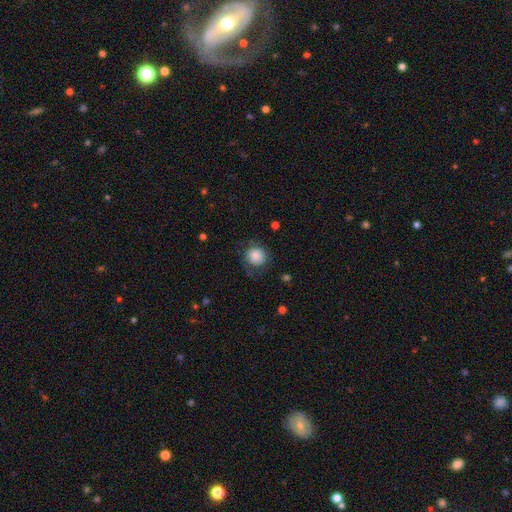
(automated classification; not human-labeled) A smooth galaxy with no disk features (83%) that is round (89%).

Vote fractions:
- Smooth or featured? smooth: 83% / featured or disk: 9% / star or artifact: 8%
- How rounded? round: 89% / in between: 10% / cigar-shaped: 1%
- Merging? none: 72% / minor disturbance: 17% / major disturbance: 9% / merger: 1%